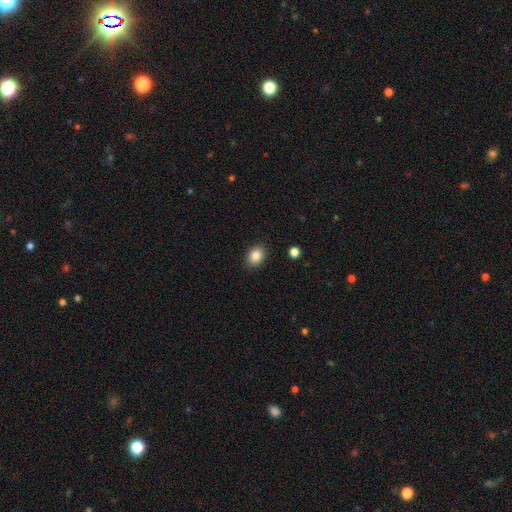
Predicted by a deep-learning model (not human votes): Q: Smooth or featured?
A: smooth (85%); runner-up: star or artifact (9%)
Q: How rounded?
A: in between (62%); runner-up: round (37%)
Q: Merging?
A: none (89%); runner-up: minor disturbance (8%)